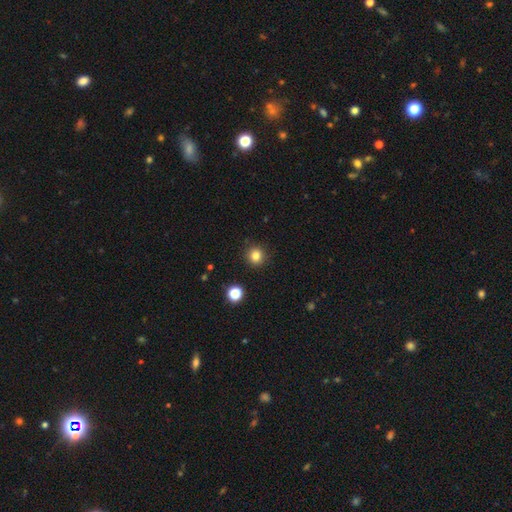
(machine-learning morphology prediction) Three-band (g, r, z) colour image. It shows a smooth galaxy with no disk features (83%) that is round (92%). Merging: none (90%).